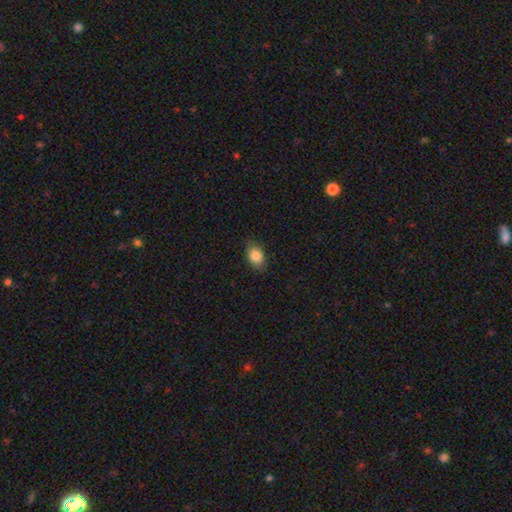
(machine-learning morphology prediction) smooth-or-featured: smooth: 84% | star or artifact: 8% | featured or disk: 8%
  how-rounded: in between: 80% | round: 18% | cigar-shaped: 2%
  merging: none: 81% | minor disturbance: 15% | major disturbance: 3% | merger: 1%